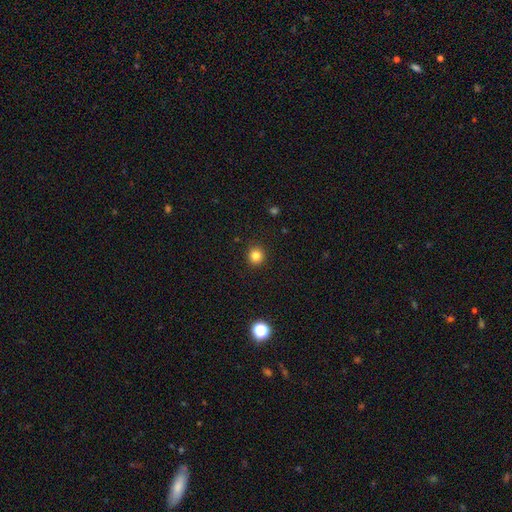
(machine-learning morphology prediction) The model was most divided on "smooth or featured": smooth: 84%, star or artifact: 12%, featured or disk: 5%. More confident: merging — none (92%); how rounded — round (90%).